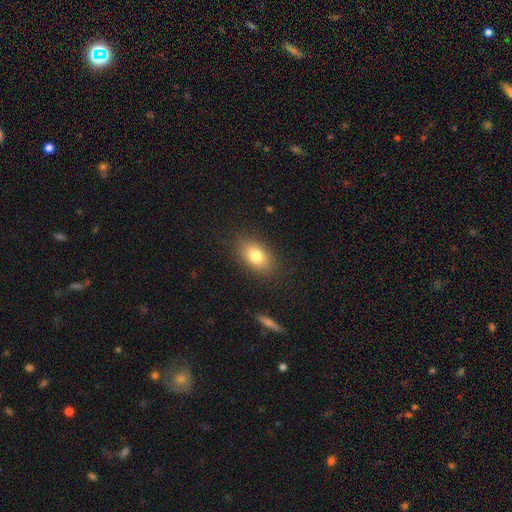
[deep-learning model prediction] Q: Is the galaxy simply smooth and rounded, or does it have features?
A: smooth — 79%.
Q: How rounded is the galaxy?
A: in between — 86%.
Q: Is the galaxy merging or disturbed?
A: none — 86%.